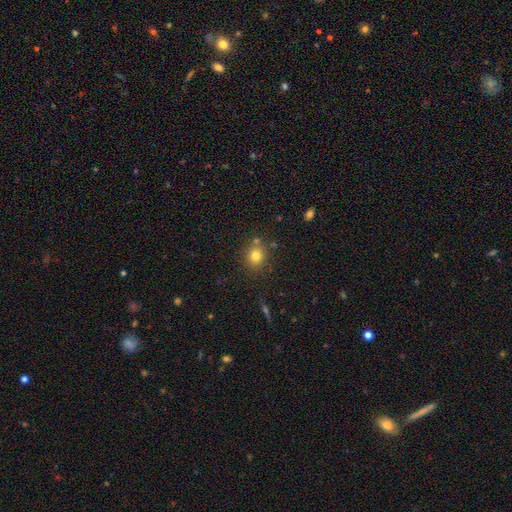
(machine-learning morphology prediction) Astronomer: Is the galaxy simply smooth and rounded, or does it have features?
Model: smooth — 78%.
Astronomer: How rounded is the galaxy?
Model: round — 82%.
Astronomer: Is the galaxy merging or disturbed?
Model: none — 79%.